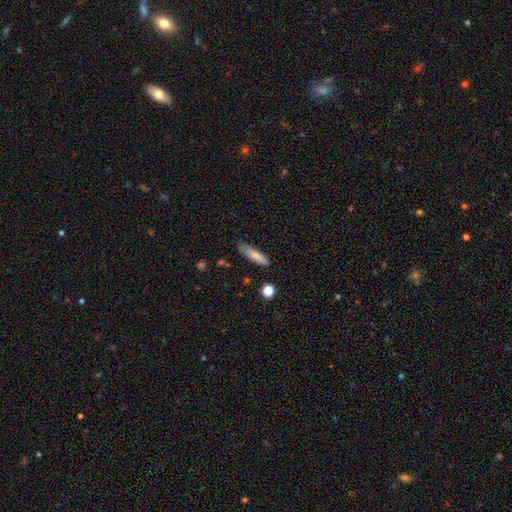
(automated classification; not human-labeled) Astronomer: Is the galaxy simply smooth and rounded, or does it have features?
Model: smooth — 77%.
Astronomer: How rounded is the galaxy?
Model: cigar-shaped — 76%.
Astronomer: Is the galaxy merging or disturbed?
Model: none — 77%.